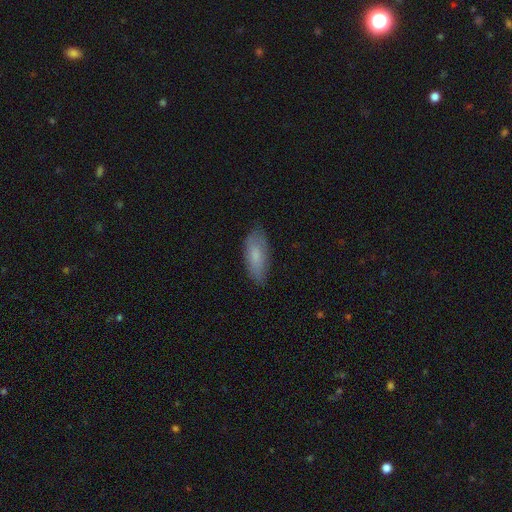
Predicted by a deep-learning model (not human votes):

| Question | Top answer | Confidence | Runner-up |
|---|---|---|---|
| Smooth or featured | smooth | 75% | featured or disk (19%) |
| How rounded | in between | 72% | cigar-shaped (26%) |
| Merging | none | 77% | minor disturbance (19%) |